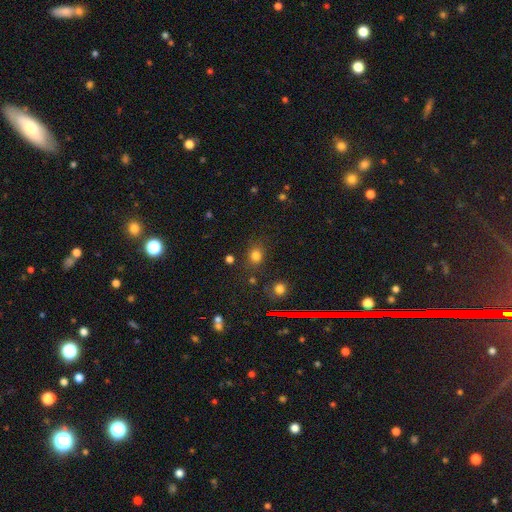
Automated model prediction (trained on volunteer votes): Q: Smooth or featured?
A: smooth (77%); runner-up: star or artifact (18%)
Q: How rounded?
A: round (68%); runner-up: in between (31%)
Q: Merging?
A: none (79%); runner-up: minor disturbance (12%)